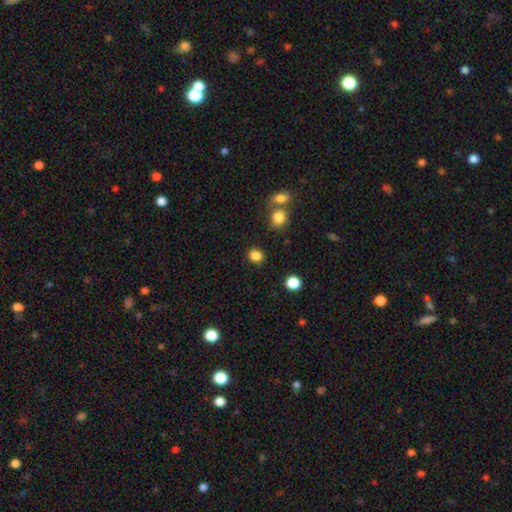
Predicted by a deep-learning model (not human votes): Smooth or featured? Predicted: smooth (p=0.85). How rounded? Predicted: round (p=0.74). Merging? Predicted: none (p=0.86).